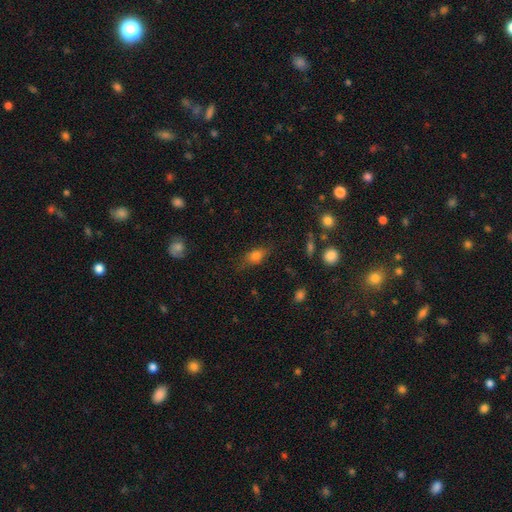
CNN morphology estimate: smooth 70%, featured or disk 18%, star or artifact 12%. Down the decision tree: how rounded — in between (72%); merging — none (71%).